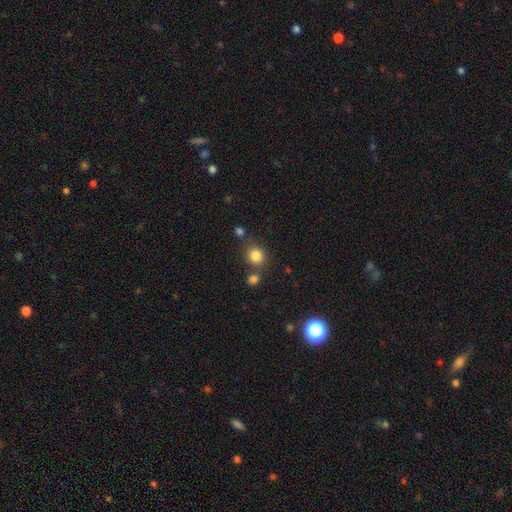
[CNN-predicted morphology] Smooth or featured: smooth — 84% (star or artifact — 11%)
How rounded: round — 84% (in between — 15%)
Merging: none — 71% (merger — 15%)